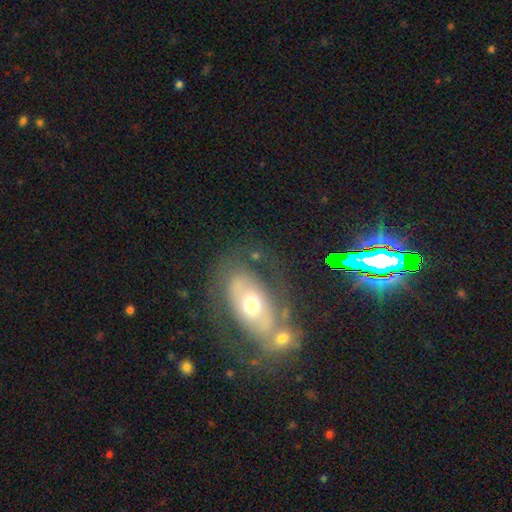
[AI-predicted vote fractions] The model was most divided on "smooth or featured": featured or disk: 45%, smooth: 39%, star or artifact: 17%. More confident: merging — none (56%).